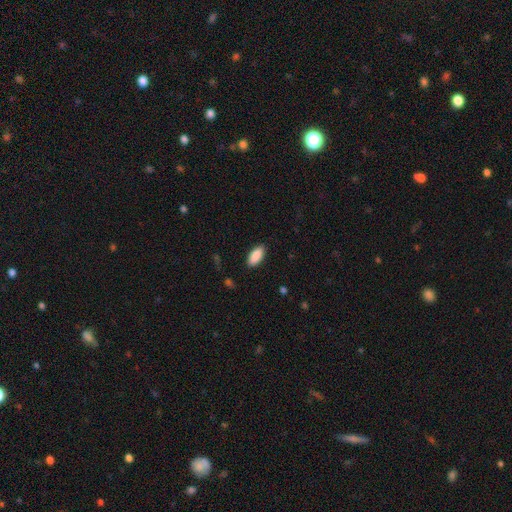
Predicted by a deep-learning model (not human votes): Q: Smooth or featured?
A: smooth (90%); runner-up: star or artifact (6%)
Q: How rounded?
A: in between (90%); runner-up: cigar-shaped (8%)
Q: Merging?
A: none (88%); runner-up: minor disturbance (9%)